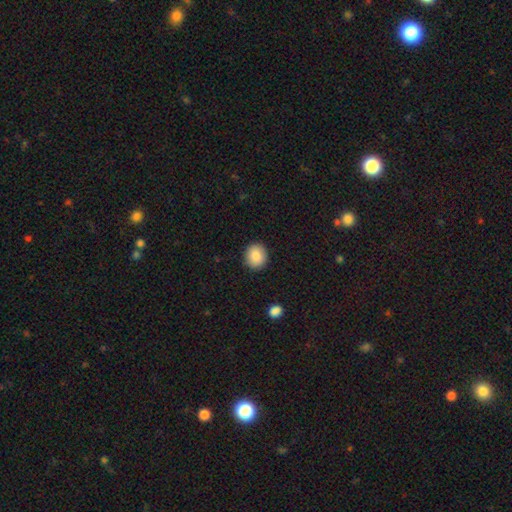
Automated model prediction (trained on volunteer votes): This is clearly a smooth galaxy (87%). How rounded: likely round (77%). Merging: clearly none (90%).